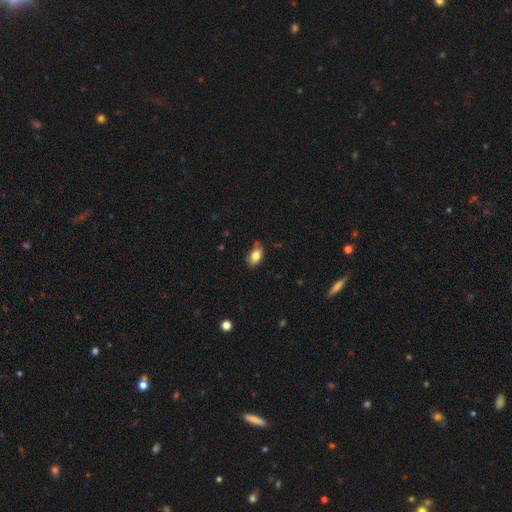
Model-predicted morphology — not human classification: Smooth or featured? smooth (81%)
How rounded? in between (90%)
Merging? none (70%)